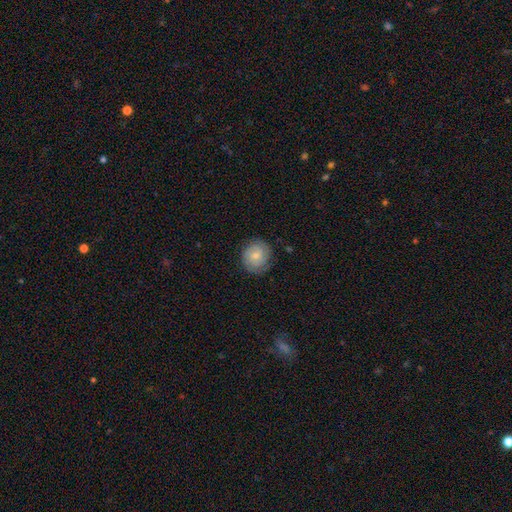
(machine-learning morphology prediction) Smooth or featured: featured or disk — 49% (smooth — 44%)
Merging: none — 81% (minor disturbance — 14%)